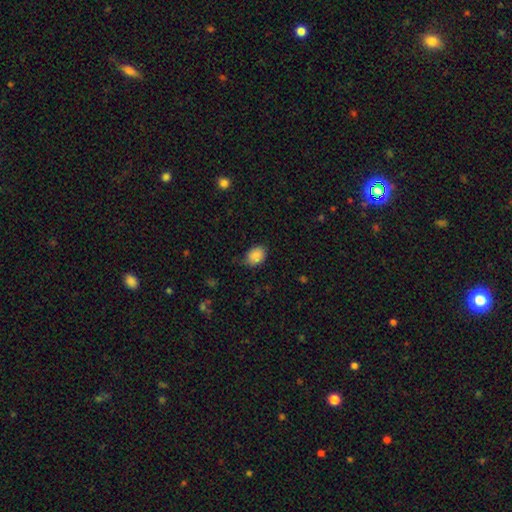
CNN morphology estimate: Overall: smooth (86%). How rounded: in between (65%; round 34%). Merging: none (66%; minor disturbance 27%).